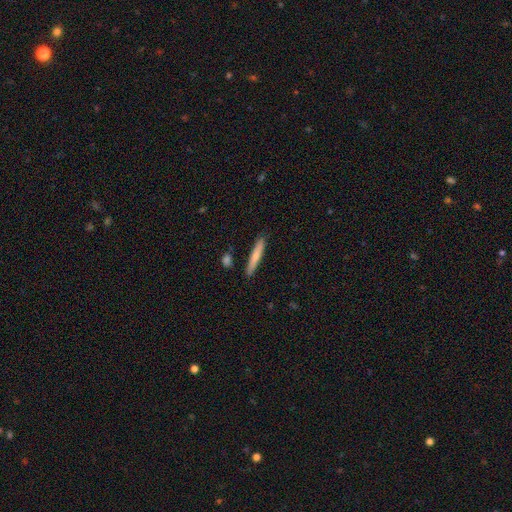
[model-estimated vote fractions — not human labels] smooth_or_featured: smooth (p=0.73) [alt: featured or disk p=0.22]
how_rounded: cigar-shaped (p=0.94) [alt: in between p=0.04]
merging: none (p=0.86) [alt: minor disturbance p=0.10]